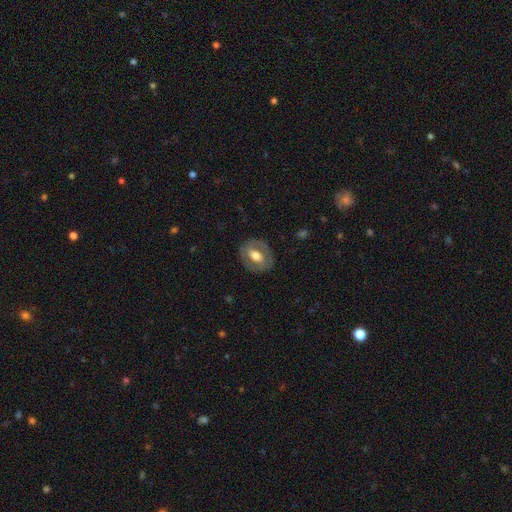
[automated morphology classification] Smooth or featured? featured or disk (51%)
Edge-on disk? no (93%)
Merging? none (81%)